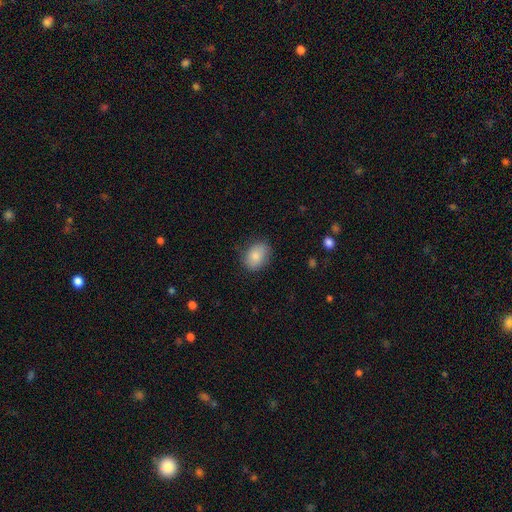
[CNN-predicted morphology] Smooth or featured?
  - smooth: 84% *
  - featured or disk: 9%
  - star or artifact: 7%
How rounded?
  - in between: 71% *
  - round: 27%
  - cigar-shaped: 1%
Merging?
  - none: 80% *
  - minor disturbance: 15%
  - major disturbance: 4%
  - merger: 1%